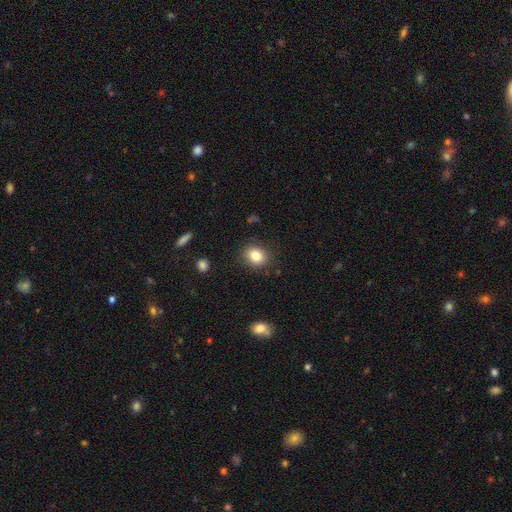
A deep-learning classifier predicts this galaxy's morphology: This appears to be a smooth galaxy with no disk features (85%) that is round (56%). Merging: none (86%).